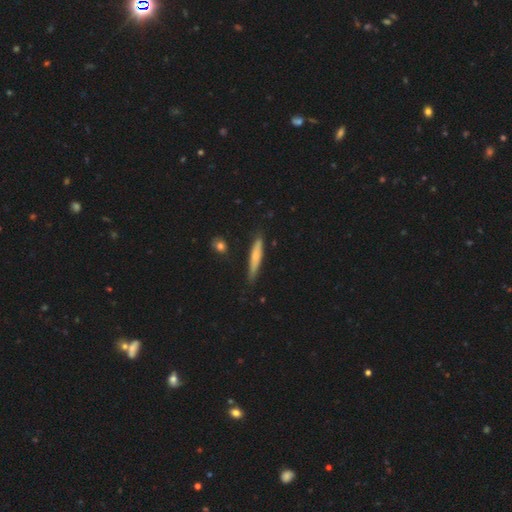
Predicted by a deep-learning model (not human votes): A smooth galaxy with no disk features (68%) that is cigar-shaped (92%).

Vote fractions:
- Smooth or featured? smooth: 68% / featured or disk: 26% / star or artifact: 6%
- How rounded? cigar-shaped: 92% / in between: 6% / round: 1%
- Merging? none: 80% / minor disturbance: 16% / major disturbance: 3% / merger: 2%